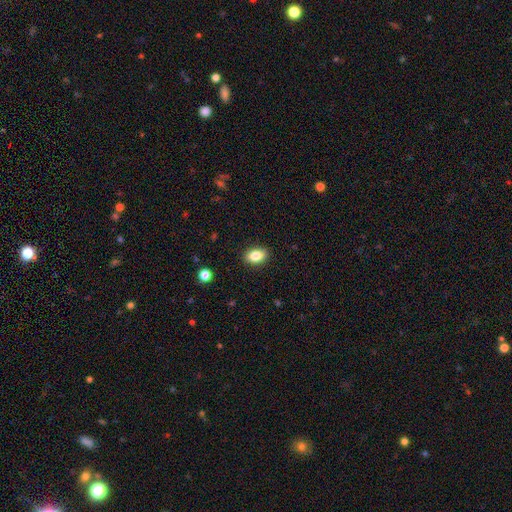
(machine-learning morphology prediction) Smooth or featured: smooth — 85% (star or artifact — 9%)
How rounded: in between — 85% (round — 13%)
Merging: none — 89% (minor disturbance — 8%)